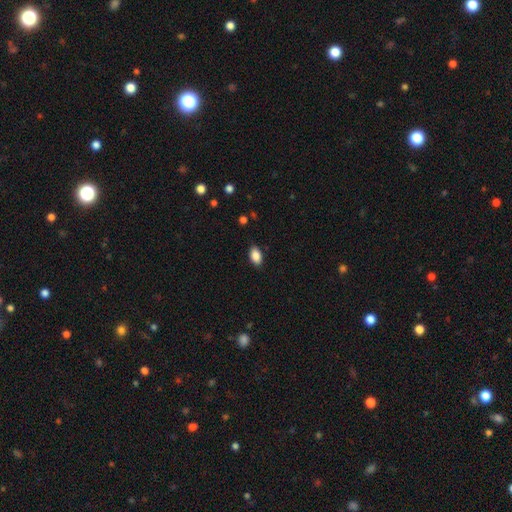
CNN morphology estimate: Smooth or featured? smooth (87%)
How rounded? in between (92%)
Merging? none (86%)